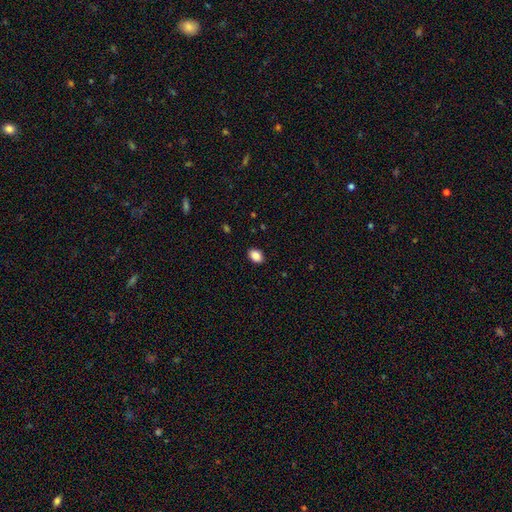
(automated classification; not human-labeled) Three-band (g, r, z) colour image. It shows a smooth galaxy with no disk features (89%) that is in between round and cigar-shaped (82%). Merging: none (89%).